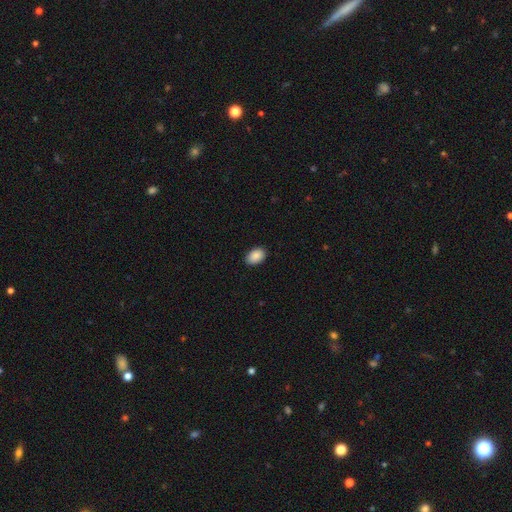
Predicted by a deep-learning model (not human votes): smooth_or_featured: smooth (p=0.90) [alt: star or artifact p=0.07]
how_rounded: in between (p=0.87) [alt: round p=0.12]
merging: none (p=0.88) [alt: minor disturbance p=0.09]